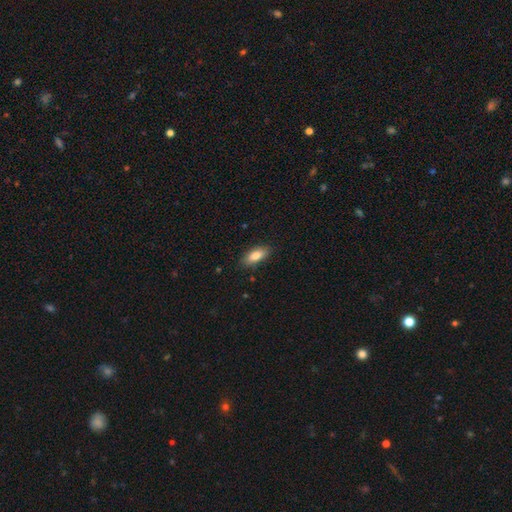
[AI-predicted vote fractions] Q: Smooth or featured?
A: smooth (82%); runner-up: featured or disk (11%)
Q: How rounded?
A: in between (83%); runner-up: cigar-shaped (14%)
Q: Merging?
A: none (85%); runner-up: minor disturbance (12%)